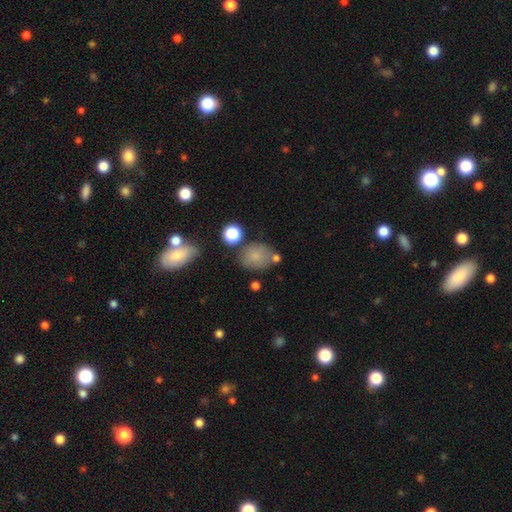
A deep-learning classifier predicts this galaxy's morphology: Smooth or featured? Predicted: smooth (p=0.78). How rounded? Predicted: in between (p=0.51). Merging? Predicted: none (p=0.65).